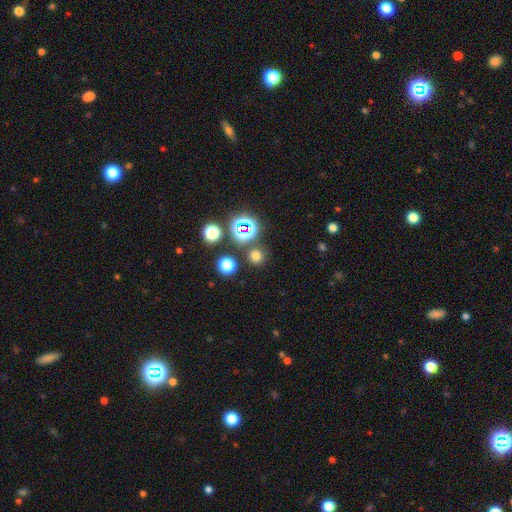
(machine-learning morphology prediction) smooth 65%, star or artifact 29%, featured or disk 6%. Down the decision tree: how rounded — round (91%); merging — none (83%).